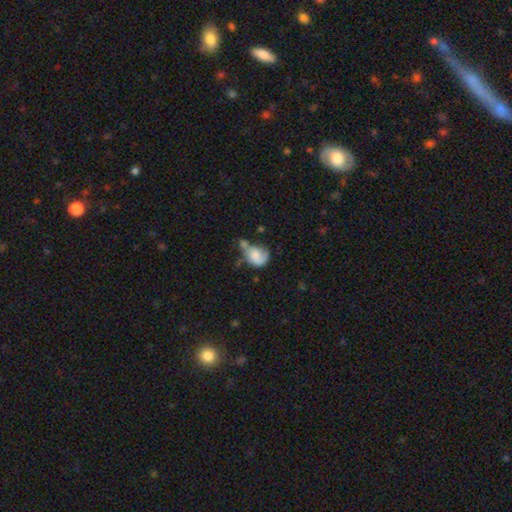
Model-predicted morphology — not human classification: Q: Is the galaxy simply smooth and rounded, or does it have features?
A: smooth — 54%.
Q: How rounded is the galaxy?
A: round — 51%.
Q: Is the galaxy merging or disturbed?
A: none — 28%.